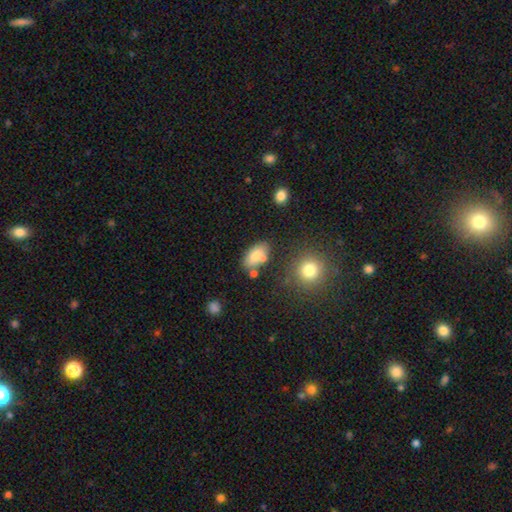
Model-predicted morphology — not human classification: The model was most divided on "merging": none: 64%, minor disturbance: 16%, merger: 15%, major disturbance: 5%. More confident: how rounded — in between (89%); smooth or featured — smooth (76%).